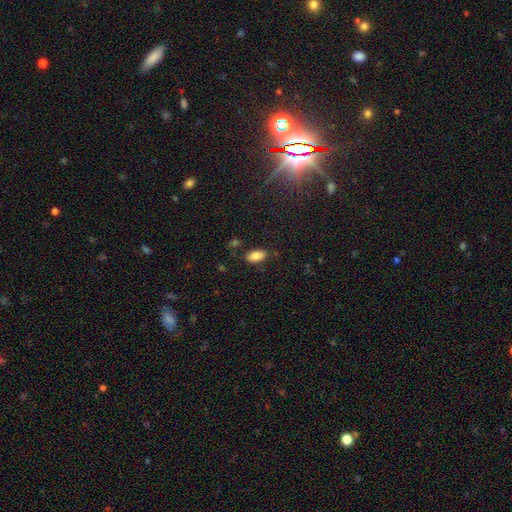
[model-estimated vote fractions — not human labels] Smooth or featured? Predicted: smooth (p=0.84). How rounded? Predicted: in between (p=0.93). Merging? Predicted: none (p=0.81).